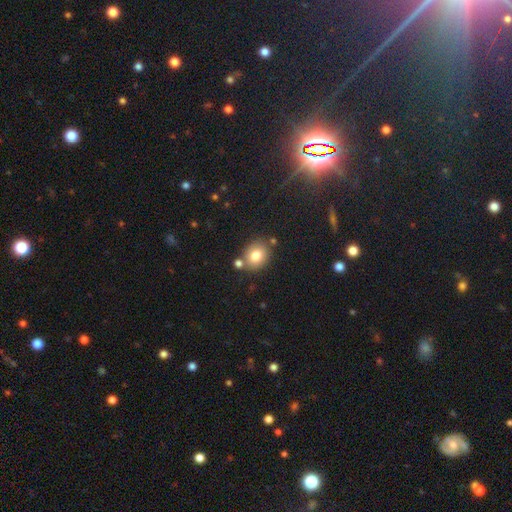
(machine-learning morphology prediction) A smooth galaxy with no disk features (78%) that is round (58%).

Vote fractions:
- Smooth or featured? smooth: 78% / featured or disk: 11% / star or artifact: 11%
- How rounded? round: 58% / in between: 41% / cigar-shaped: 1%
- Merging? none: 73% / merger: 12% / minor disturbance: 11% / major disturbance: 3%